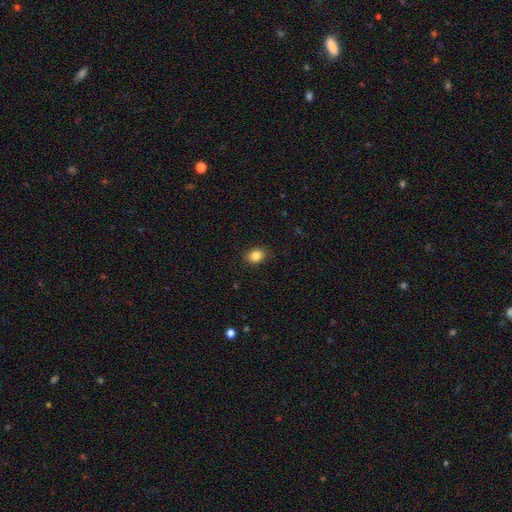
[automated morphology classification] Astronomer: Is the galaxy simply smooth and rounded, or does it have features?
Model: smooth — 86%.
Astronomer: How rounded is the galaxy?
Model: in between — 60% (runner-up: round, 39%).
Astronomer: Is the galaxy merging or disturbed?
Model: none — 87%.